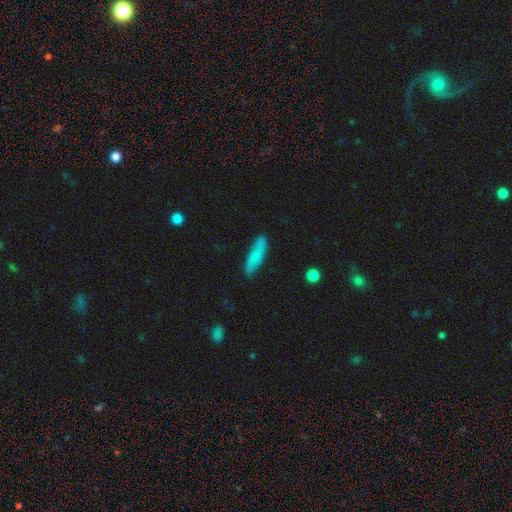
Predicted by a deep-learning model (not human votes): smooth_or_featured: smooth (p=0.66) [alt: featured or disk p=0.27]
how_rounded: cigar-shaped (p=0.59) [alt: in between p=0.39]
merging: none (p=0.78) [alt: minor disturbance p=0.17]